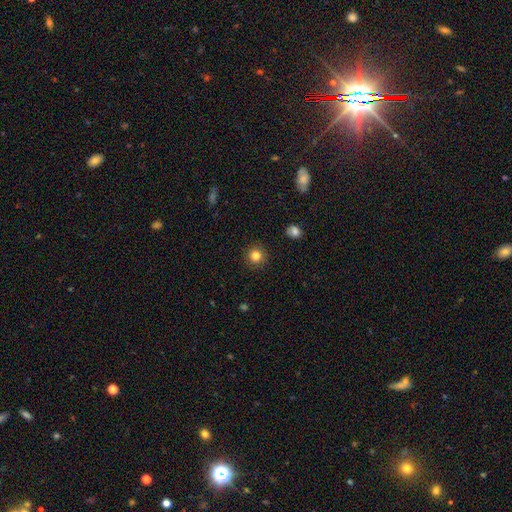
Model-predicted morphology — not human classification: Smooth or featured? smooth (83%)
How rounded? round (94%)
Merging? none (91%)